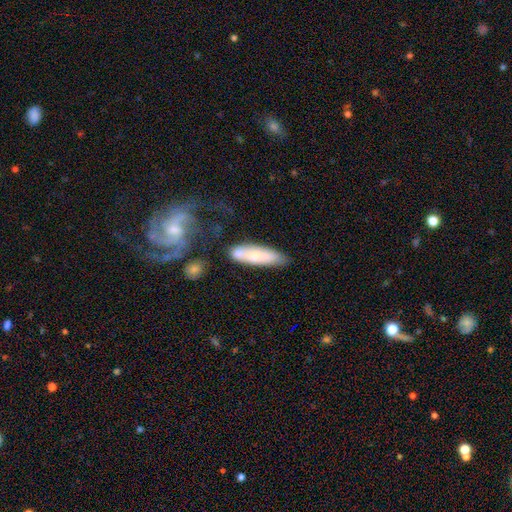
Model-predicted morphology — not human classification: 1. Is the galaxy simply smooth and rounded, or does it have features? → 67% smooth, 26% featured or disk, 7% star or artifact.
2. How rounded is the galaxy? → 62% cigar-shaped, 37% in between, 2% round.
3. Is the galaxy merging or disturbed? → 62% none, 18% minor disturbance, 14% merger, 5% major disturbance.